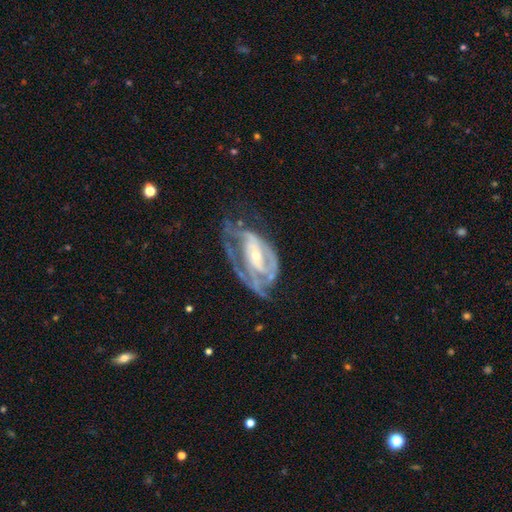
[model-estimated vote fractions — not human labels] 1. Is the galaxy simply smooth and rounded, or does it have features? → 84% featured or disk, 10% smooth, 6% star or artifact.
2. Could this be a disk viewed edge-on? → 95% no, 5% yes.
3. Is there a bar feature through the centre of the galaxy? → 44% no, 35% weak, 21% strong.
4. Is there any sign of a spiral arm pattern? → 86% yes, 14% no.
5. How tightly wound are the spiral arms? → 48% tight, 38% medium, 14% loose.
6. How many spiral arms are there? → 38% 2, 33% can't tell, 13% 3, 9% 1, 4% 4, 3% more than 4.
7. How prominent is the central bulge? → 62% small, 33% moderate, 2% large, 2% none, 1% dominant.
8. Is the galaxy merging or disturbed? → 37% major disturbance, 36% none, 24% minor disturbance, 3% merger.